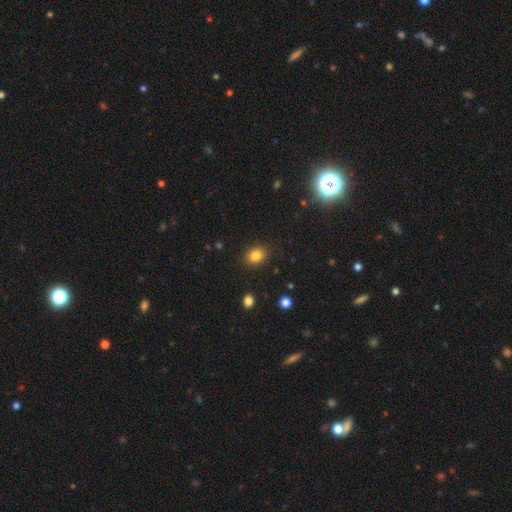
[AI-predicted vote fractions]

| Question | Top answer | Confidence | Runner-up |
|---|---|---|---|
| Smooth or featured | smooth | 83% | star or artifact (11%) |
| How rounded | in between | 56% | round (43%) |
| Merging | none | 88% | minor disturbance (9%) |